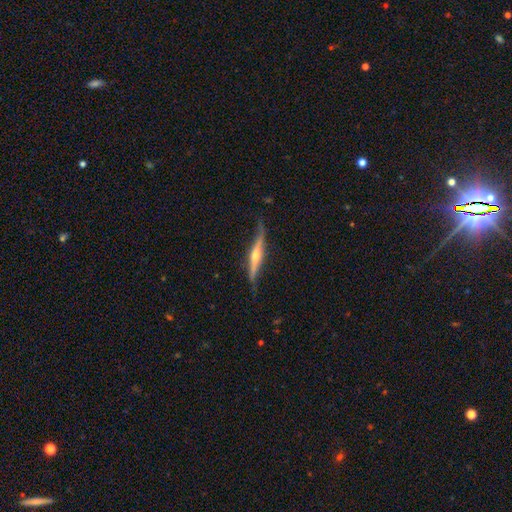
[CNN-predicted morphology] Overall: featured or disk (77%). Edge-on disk: yes (94%). Edge-on bulge: rounded (85%). Merging: none (71%).